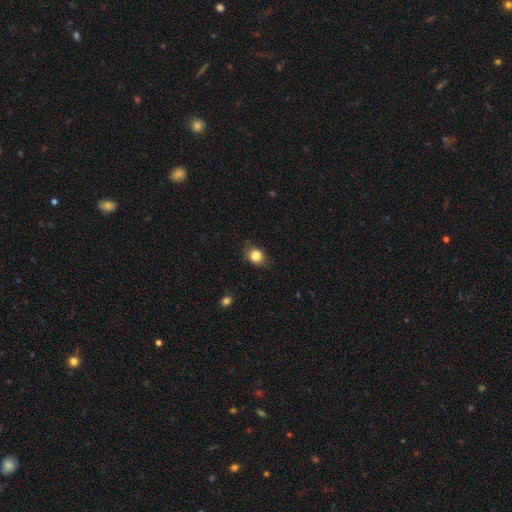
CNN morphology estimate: Overall: smooth (84%). How rounded: round (64%; in between 35%). Merging: none (77%).